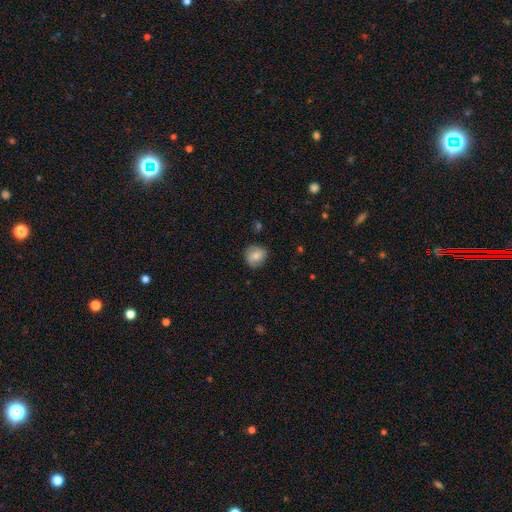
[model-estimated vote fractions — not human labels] Smooth or featured?
  - smooth: 72% *
  - featured or disk: 20%
  - star or artifact: 8%
How rounded?
  - round: 80% *
  - in between: 19%
  - cigar-shaped: 1%
Merging?
  - none: 76% *
  - minor disturbance: 19%
  - major disturbance: 4%
  - merger: 1%